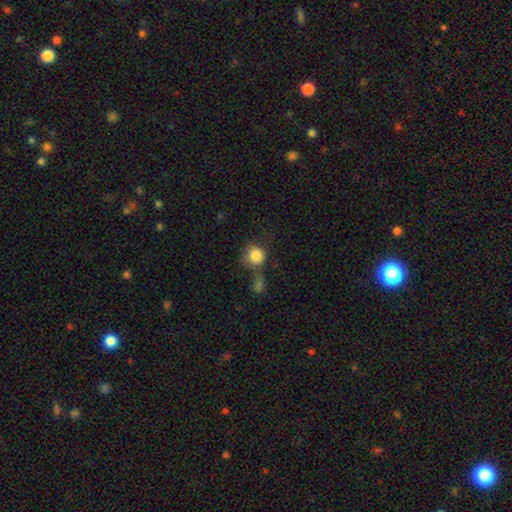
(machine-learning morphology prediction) A smooth galaxy with no disk features (84%) that is round (89%). Merging: none (48%).